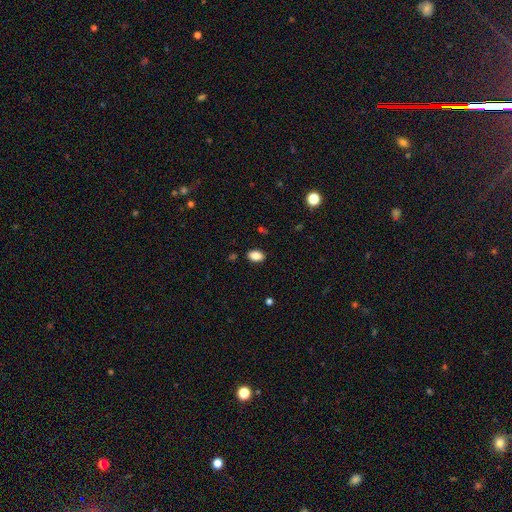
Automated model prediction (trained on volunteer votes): Q: Smooth or featured?
A: smooth (86%); runner-up: star or artifact (9%)
Q: How rounded?
A: in between (88%); runner-up: round (10%)
Q: Merging?
A: none (88%); runner-up: minor disturbance (9%)